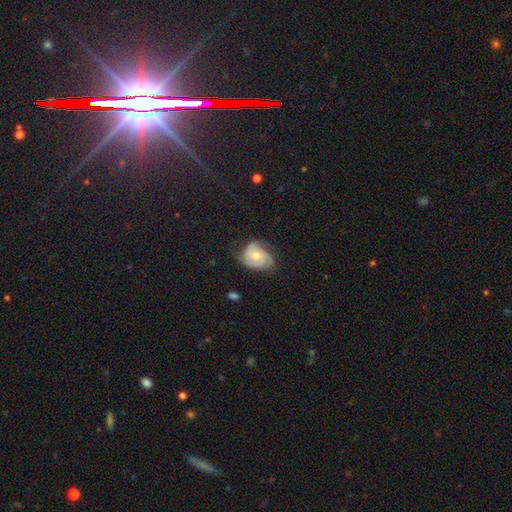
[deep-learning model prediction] featured or disk 61%, smooth 32%, star or artifact 7%. Down the decision tree: edge-on disk — no (97%); bar — no (77%); spiral arms — yes (89%); spiral arm count — 3 (39%); spiral winding — tight (49%); bulge size — moderate (51%); merging — none (55%).